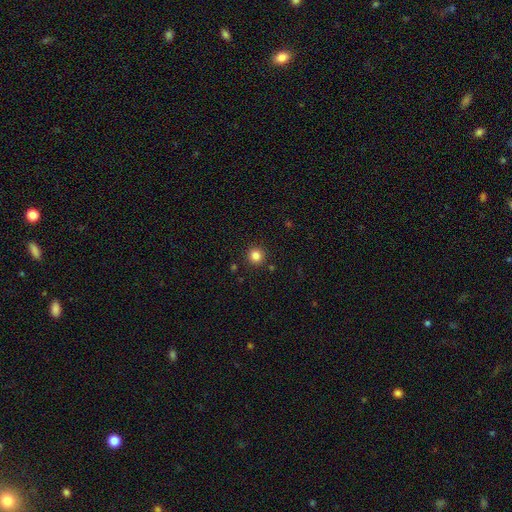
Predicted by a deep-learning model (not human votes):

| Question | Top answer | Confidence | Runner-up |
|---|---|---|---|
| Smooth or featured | smooth | 83% | star or artifact (13%) |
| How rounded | round | 94% | in between (5%) |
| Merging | none | 90% | minor disturbance (6%) |